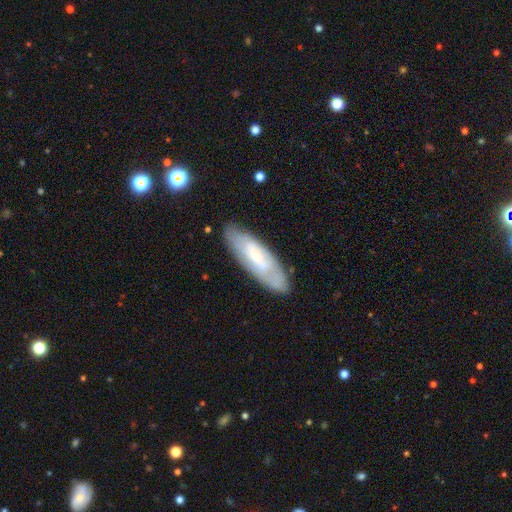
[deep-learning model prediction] Morphology: type=featured or disk (49%); merging=none (81%).